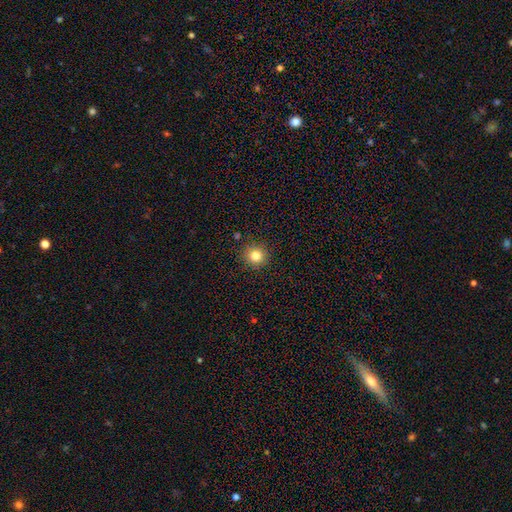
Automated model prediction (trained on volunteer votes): This appears to be a smooth galaxy with no disk features (83%) that is round (93%). Merging: none (89%).